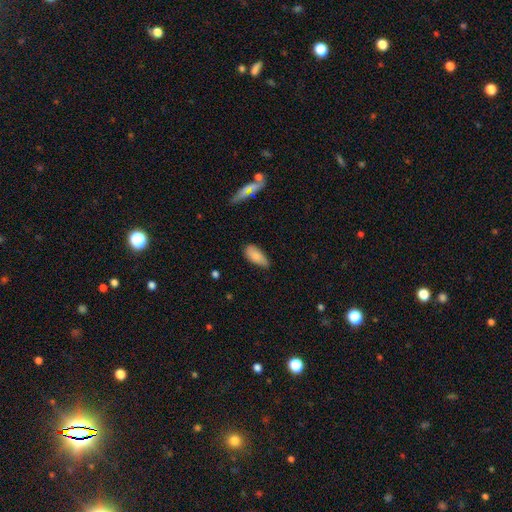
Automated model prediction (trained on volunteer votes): A smooth galaxy with no disk features (83%) that is in between round and cigar-shaped (87%).

Vote fractions:
- Smooth or featured? smooth: 83% / featured or disk: 11% / star or artifact: 7%
- How rounded? in between: 87% / cigar-shaped: 11% / round: 2%
- Merging? none: 64% / minor disturbance: 30% / major disturbance: 5% / merger: 2%